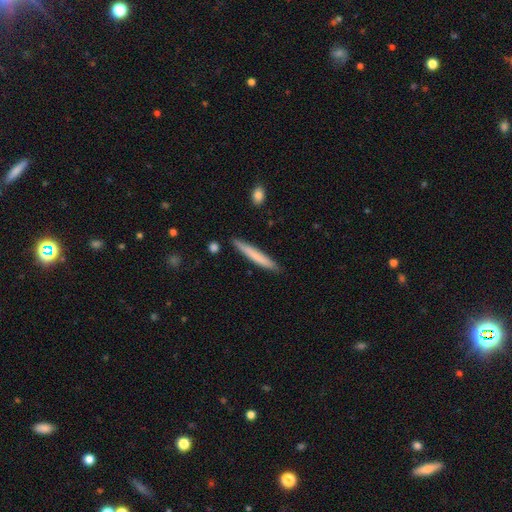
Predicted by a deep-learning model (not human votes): smooth_or_featured: smooth (p=0.71) [alt: featured or disk p=0.23]
how_rounded: cigar-shaped (p=0.96) [alt: in between p=0.03]
merging: none (p=0.88) [alt: minor disturbance p=0.09]